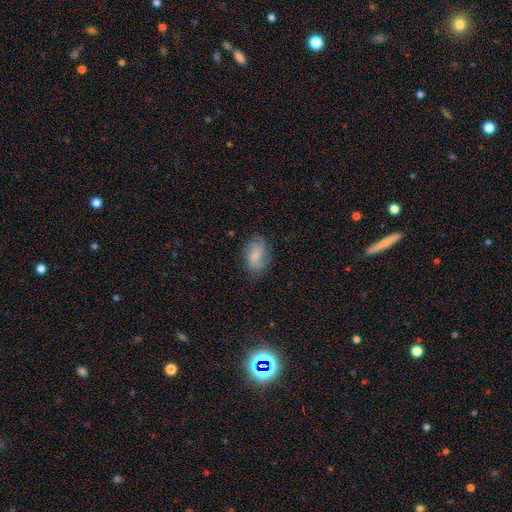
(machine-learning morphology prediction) Q: Smooth or featured?
A: smooth (53%); runner-up: featured or disk (38%)
Q: How rounded?
A: in between (83%); runner-up: round (15%)
Q: Merging?
A: none (69%); runner-up: minor disturbance (22%)